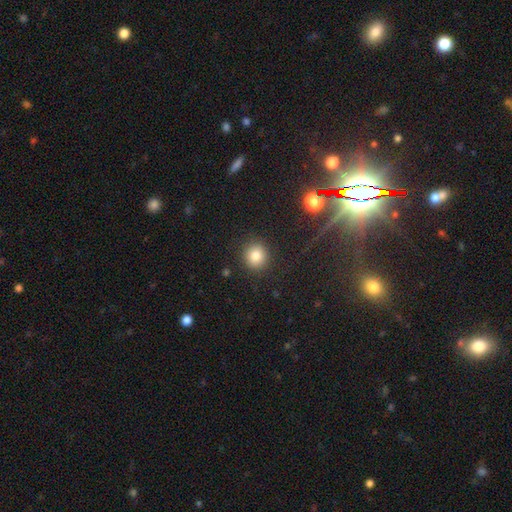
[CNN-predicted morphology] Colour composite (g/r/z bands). It shows a smooth galaxy with no disk features (82%) that is round (89%). Merging: none (89%).